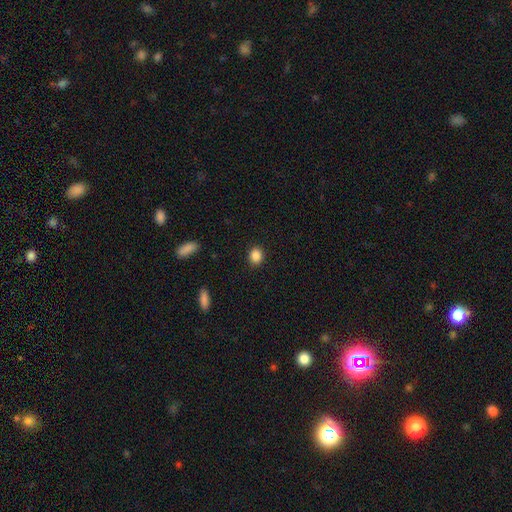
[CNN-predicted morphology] Q: Smooth or featured?
A: smooth (87%); runner-up: star or artifact (9%)
Q: How rounded?
A: round (70%); runner-up: in between (29%)
Q: Merging?
A: none (90%); runner-up: minor disturbance (6%)